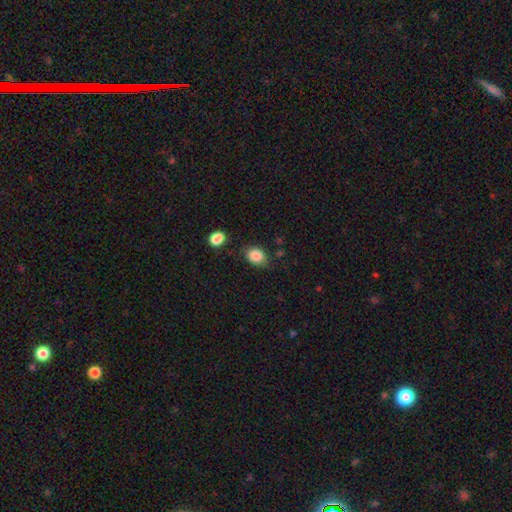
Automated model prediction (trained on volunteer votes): This is clearly a smooth galaxy (86%). How rounded: likely in between (61%). Merging: likely none (75%).